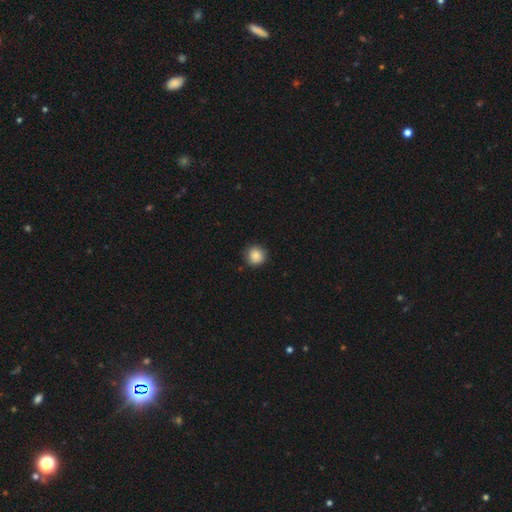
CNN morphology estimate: Smooth or featured? Predicted: smooth (p=0.86). How rounded? Predicted: round (p=0.94). Merging? Predicted: none (p=0.87).